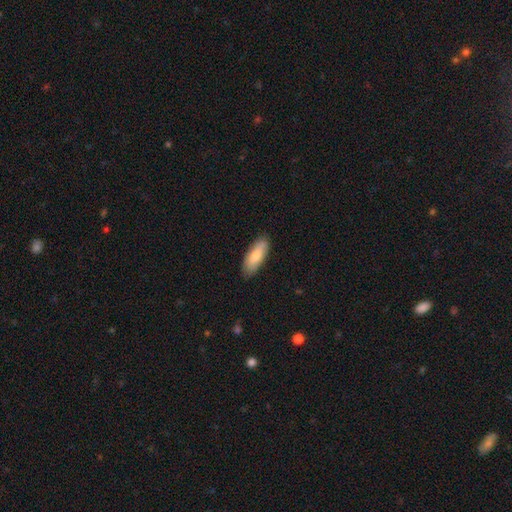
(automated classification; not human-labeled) A smooth galaxy with no disk features (75%) that is in between round and cigar-shaped (72%).

Vote fractions:
- Smooth or featured? smooth: 75% / featured or disk: 19% / star or artifact: 6%
- How rounded? in between: 72% / cigar-shaped: 26% / round: 2%
- Merging? none: 86% / minor disturbance: 11% / major disturbance: 2% / merger: 1%